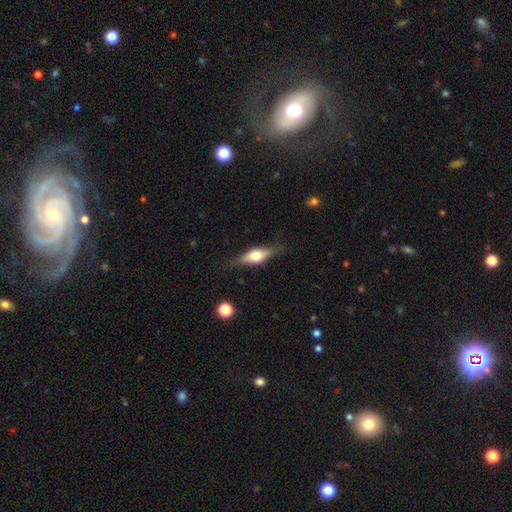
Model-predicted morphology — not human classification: A featured or disk galaxy (53%) viewed edge-on (90%). Merging: none (78%).